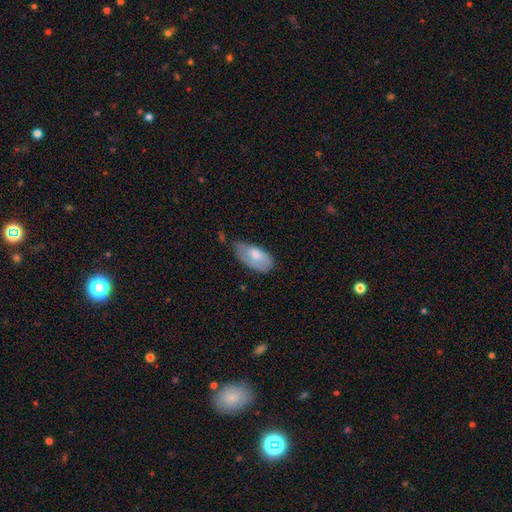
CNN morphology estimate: type=smooth (72%); roundness=in between (93%); merging=minor disturbance (42%).